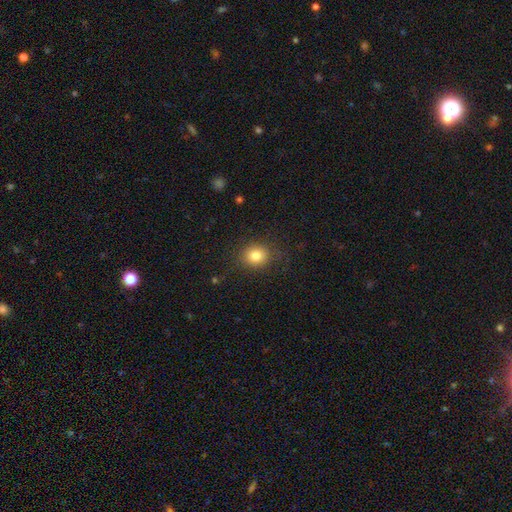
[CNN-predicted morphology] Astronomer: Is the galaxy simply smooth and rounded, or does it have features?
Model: smooth — 81%.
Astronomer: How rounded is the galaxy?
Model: round — 75%.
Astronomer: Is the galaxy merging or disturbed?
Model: none — 84%.